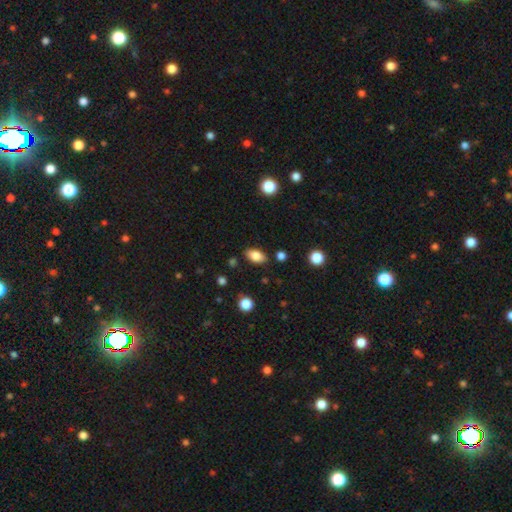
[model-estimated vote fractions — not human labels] smooth-or-featured: smooth: 83% | star or artifact: 9% | featured or disk: 8%
  how-rounded: in between: 90% | round: 7% | cigar-shaped: 3%
  merging: none: 84% | minor disturbance: 11% | merger: 3% | major disturbance: 3%